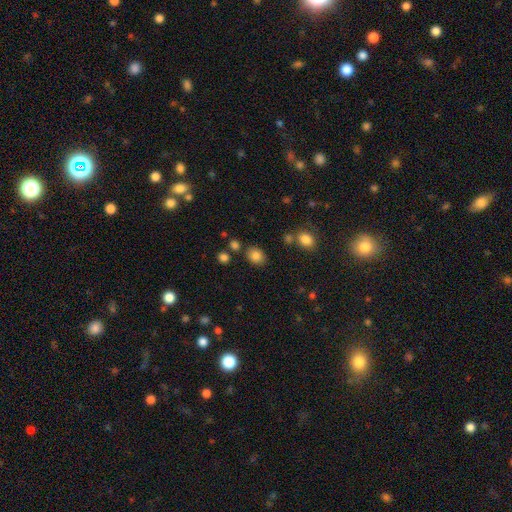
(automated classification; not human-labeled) A smooth galaxy with no disk features (83%) that is round (51%).

Vote fractions:
- Smooth or featured? smooth: 83% / star or artifact: 11% / featured or disk: 6%
- How rounded? round: 51% / in between: 48% / cigar-shaped: 1%
- Merging? none: 80% / minor disturbance: 11% / merger: 6% / major disturbance: 4%